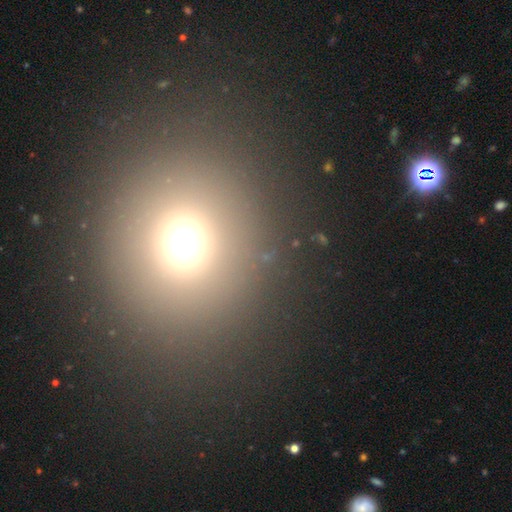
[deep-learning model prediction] This appears to be a smooth galaxy with no disk features (58%) that is round (83%). Merging: none (86%).